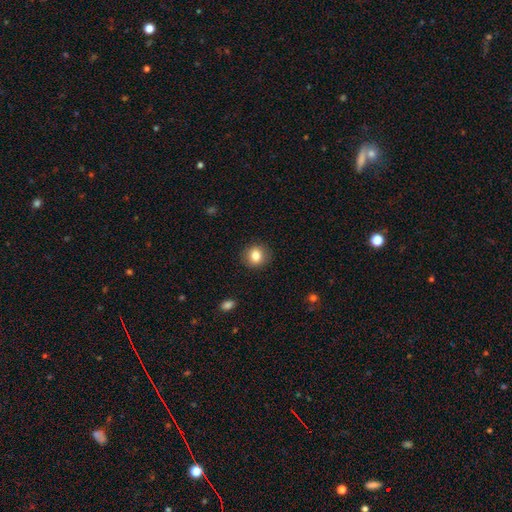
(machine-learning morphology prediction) Smooth or featured? Predicted: smooth (p=0.83). How rounded? Predicted: round (p=0.82). Merging? Predicted: none (p=0.90).